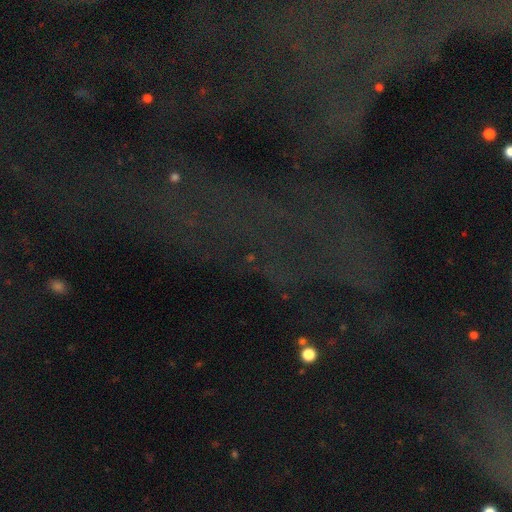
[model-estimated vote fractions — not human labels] Smooth or featured? Predicted: star or artifact (p=0.76).